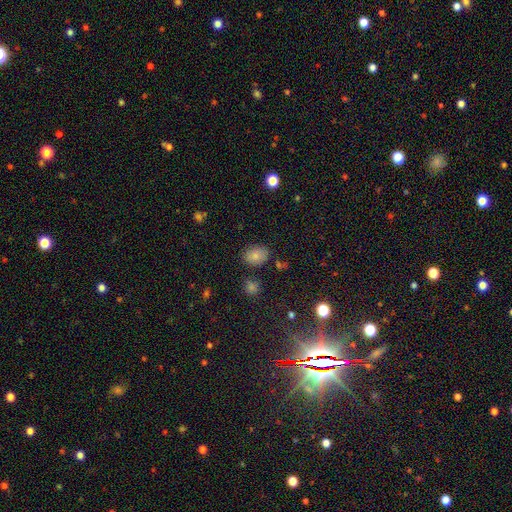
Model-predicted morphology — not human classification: Smooth or featured? smooth (80%)
How rounded? in between (66%)
Merging? none (81%)